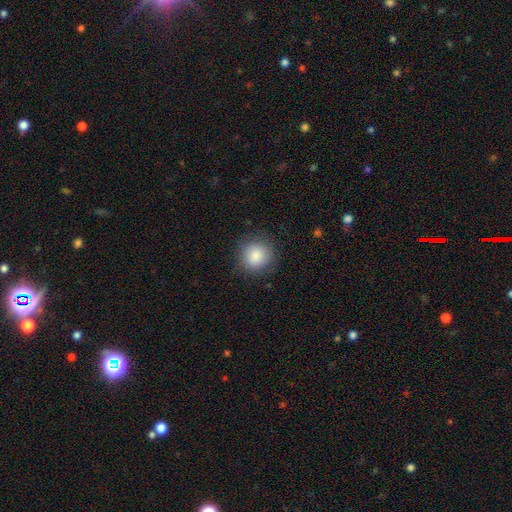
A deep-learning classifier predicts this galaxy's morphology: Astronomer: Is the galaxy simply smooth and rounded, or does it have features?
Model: smooth — 87%.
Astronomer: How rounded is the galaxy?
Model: round — 91%.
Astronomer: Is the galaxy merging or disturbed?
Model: none — 86%.